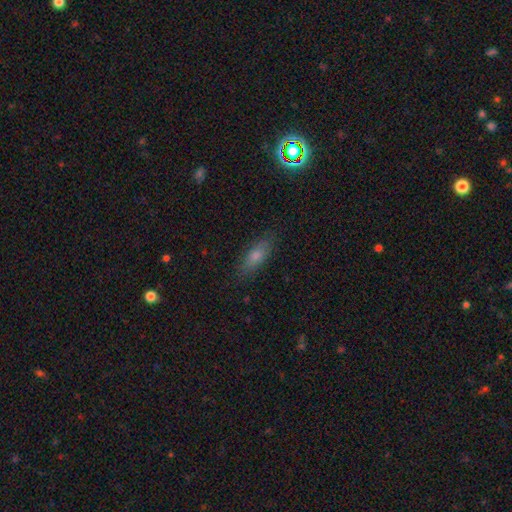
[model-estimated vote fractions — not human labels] smooth-or-featured: smooth: 65% | featured or disk: 20% | star or artifact: 15%
  how-rounded: in between: 60% | cigar-shaped: 36% | round: 4%
  merging: none: 84% | minor disturbance: 12% | major disturbance: 3% | merger: 1%